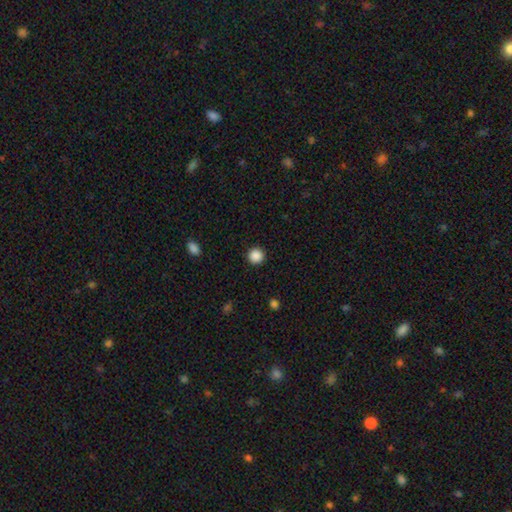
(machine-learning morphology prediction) Smooth or featured? smooth (88%)
How rounded? round (95%)
Merging? none (92%)